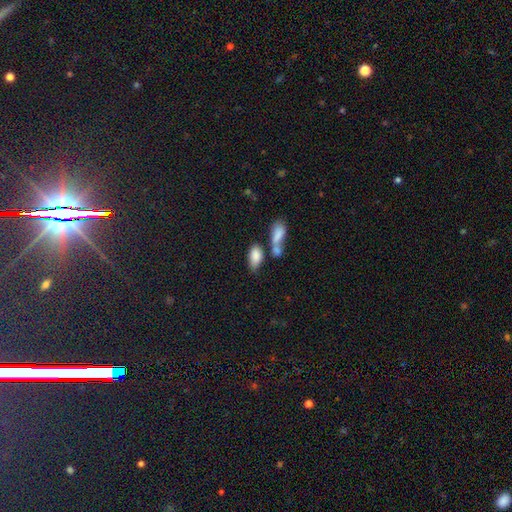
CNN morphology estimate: The model was most divided on "merging": merger: 48%, none: 35%, minor disturbance: 12%, major disturbance: 6%. More confident: how rounded — in between (92%); smooth or featured — smooth (84%).